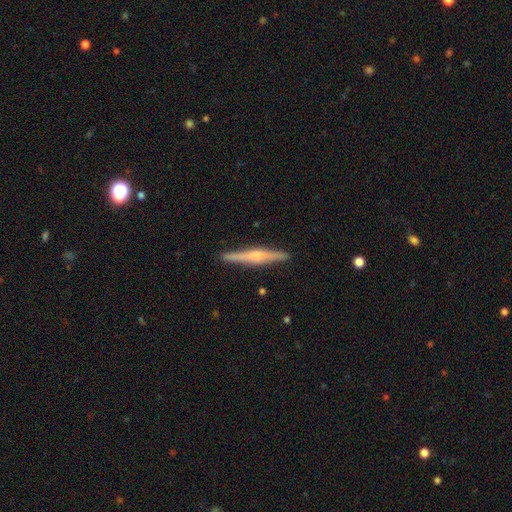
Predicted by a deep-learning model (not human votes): A featured or disk galaxy (70%) viewed edge-on (98%) with a rounded central bulge (76%).

Vote fractions:
- Smooth or featured? featured or disk: 70% / smooth: 24% / star or artifact: 5%
- Edge-on disk? yes: 98% / no: 2%
- Edge-on bulge? rounded: 76% / boxy: 13% / none: 11%
- Merging? none: 91% / minor disturbance: 6% / major disturbance: 1% / merger: 1%